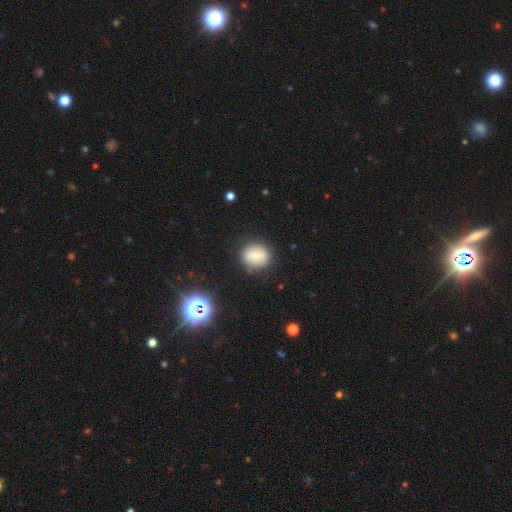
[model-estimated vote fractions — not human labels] This is likely a smooth galaxy (73%). How rounded: likely round (77%). Merging: clearly none (83%).